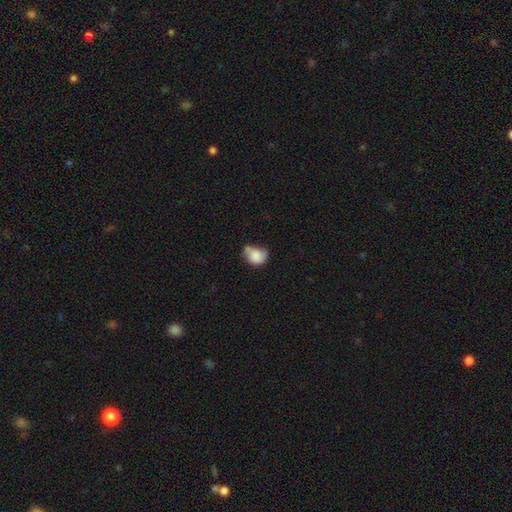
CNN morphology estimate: Smooth or featured? smooth (81%)
How rounded? round (53%)
Merging? minor disturbance (35%)